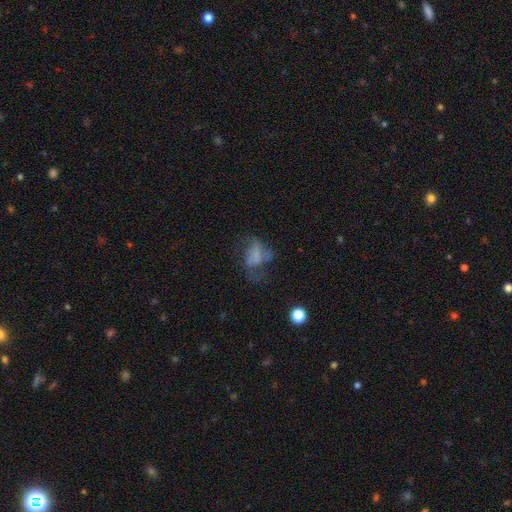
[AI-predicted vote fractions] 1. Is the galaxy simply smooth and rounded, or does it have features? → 47% smooth, 40% featured or disk, 14% star or artifact.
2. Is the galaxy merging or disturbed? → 47% major disturbance, 28% none, 20% minor disturbance, 6% merger.